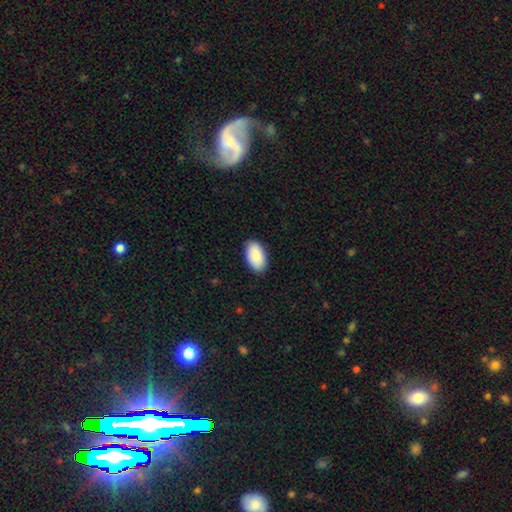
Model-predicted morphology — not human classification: Smooth or featured: smooth — 89% (featured or disk — 6%)
How rounded: in between — 96% (round — 3%)
Merging: none — 88% (minor disturbance — 9%)